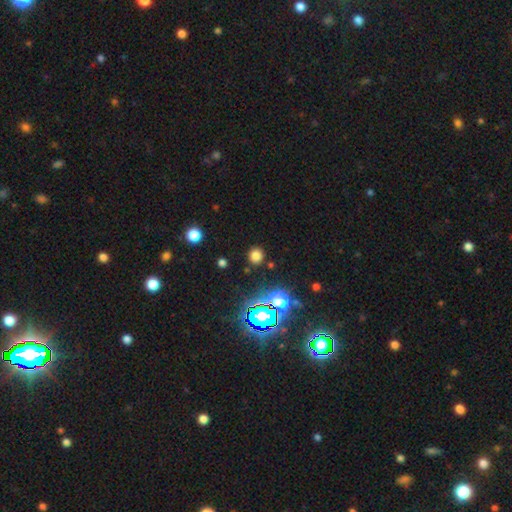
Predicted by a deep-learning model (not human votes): This is likely a smooth galaxy (71%). How rounded: clearly round (88%). Merging: clearly none (87%).